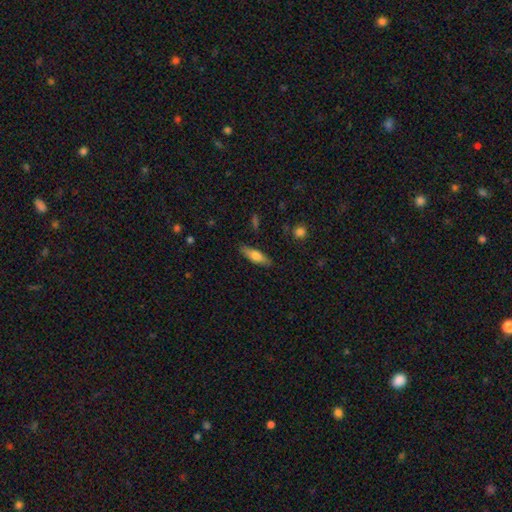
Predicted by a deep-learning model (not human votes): Smooth or featured? Predicted: smooth (p=0.67). How rounded? Predicted: in between (p=0.49). Merging? Predicted: none (p=0.84).